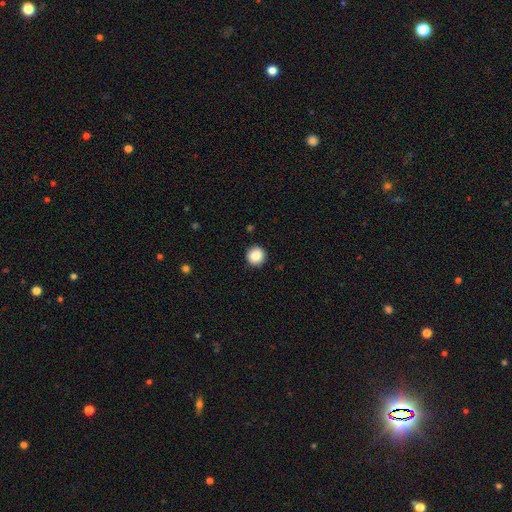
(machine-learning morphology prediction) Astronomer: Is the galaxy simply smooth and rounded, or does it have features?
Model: smooth — 87%.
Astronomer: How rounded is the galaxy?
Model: round — 95%.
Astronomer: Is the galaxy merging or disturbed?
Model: none — 93%.